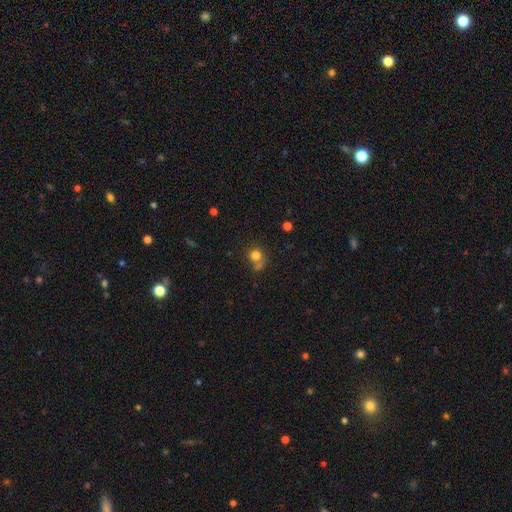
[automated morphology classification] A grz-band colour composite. It shows a smooth galaxy with no disk features (78%) that is round (81%). Merging: none (51%).